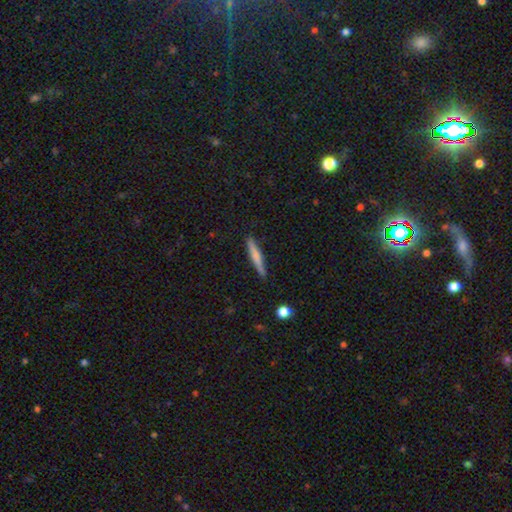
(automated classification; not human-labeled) A smooth galaxy with no disk features (61%) that is cigar-shaped (94%). Merging: none (87%).